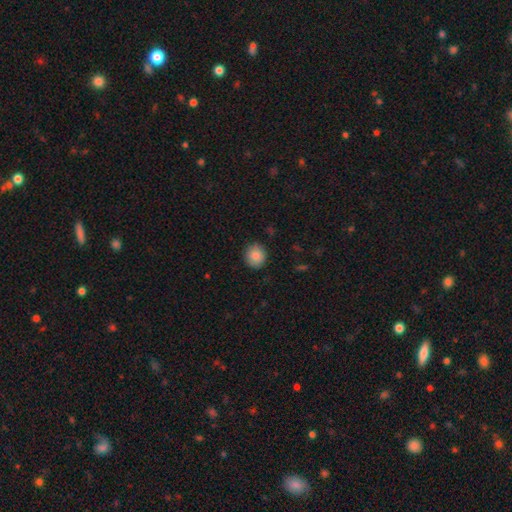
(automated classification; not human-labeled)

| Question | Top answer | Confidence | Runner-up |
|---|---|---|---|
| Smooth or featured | smooth | 87% | star or artifact (8%) |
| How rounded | round | 89% | in between (10%) |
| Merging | none | 89% | minor disturbance (8%) |